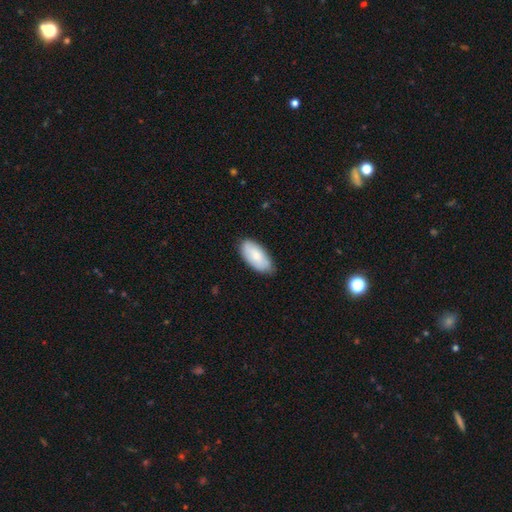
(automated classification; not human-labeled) Overall: smooth (78%). How rounded: in between (94%). Merging: none (77%).